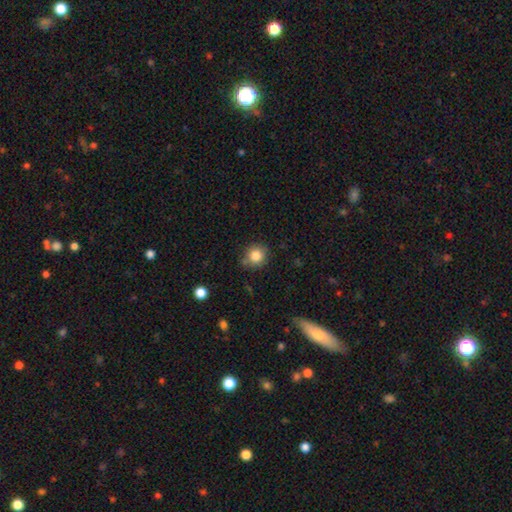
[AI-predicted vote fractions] Overall: smooth (83%). How rounded: round (87%). Merging: none (78%).